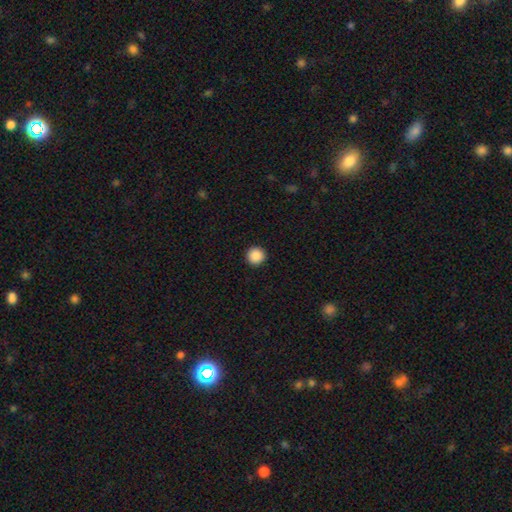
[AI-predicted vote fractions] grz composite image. It shows a smooth galaxy with no disk features (89%) that is round (96%). Merging: none (93%).